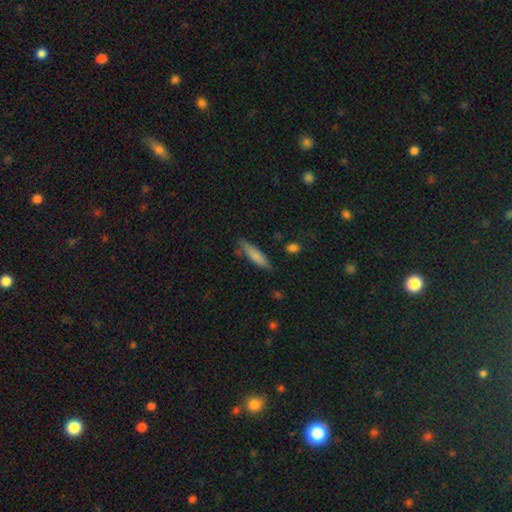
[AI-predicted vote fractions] This appears to be a smooth galaxy with no disk features (77%) that is cigar-shaped (75%). Merging: none (75%).